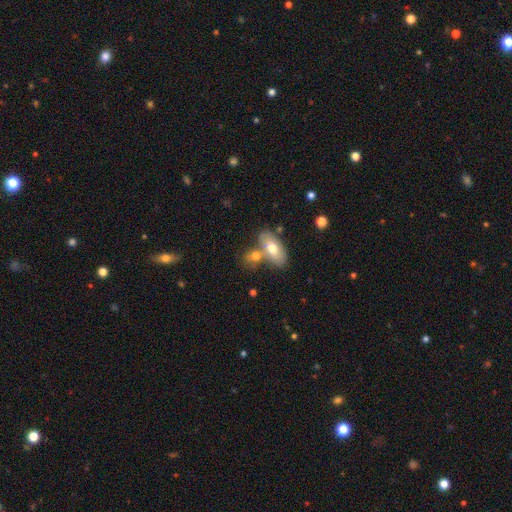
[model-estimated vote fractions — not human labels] smooth_or_featured: smooth (p=0.68) [alt: featured or disk p=0.25]
how_rounded: in between (p=0.83) [alt: round p=0.10]
merging: merger (p=0.44) [alt: none p=0.40]